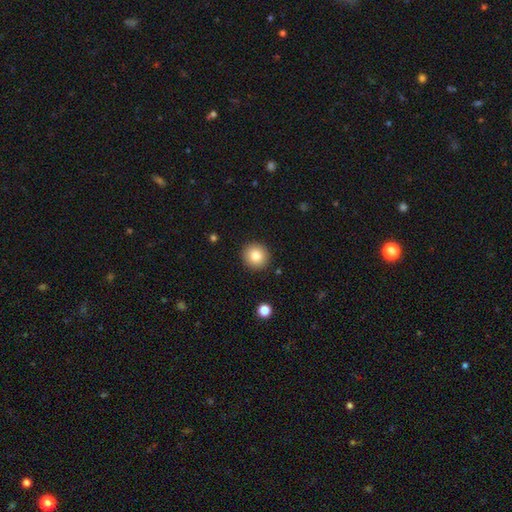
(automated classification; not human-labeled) smooth 82%, star or artifact 9%, featured or disk 8%. Down the decision tree: how rounded — round (93%); merging — none (91%).